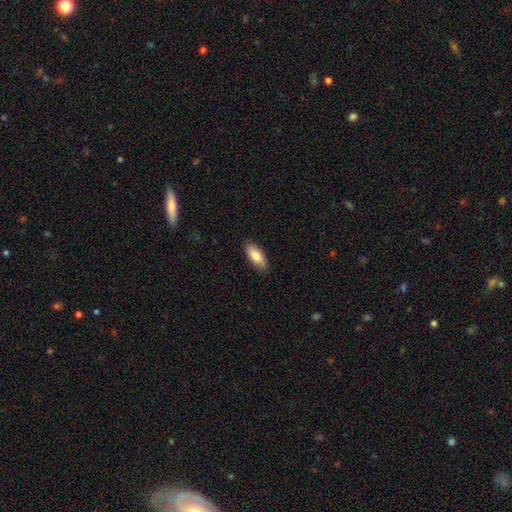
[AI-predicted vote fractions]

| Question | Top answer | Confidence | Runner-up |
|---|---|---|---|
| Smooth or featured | smooth | 83% | featured or disk (12%) |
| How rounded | in between | 78% | cigar-shaped (20%) |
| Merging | none | 89% | minor disturbance (8%) |